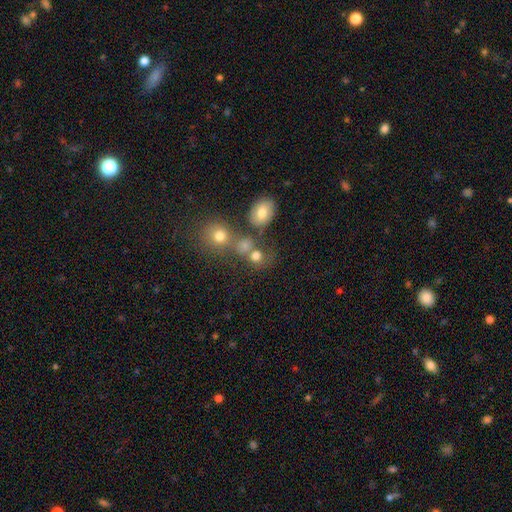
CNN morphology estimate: The model was most divided on "merging": none: 52%, merger: 29%, minor disturbance: 11%, major disturbance: 8%. More confident: smooth or featured — smooth (74%); how rounded — round (73%).